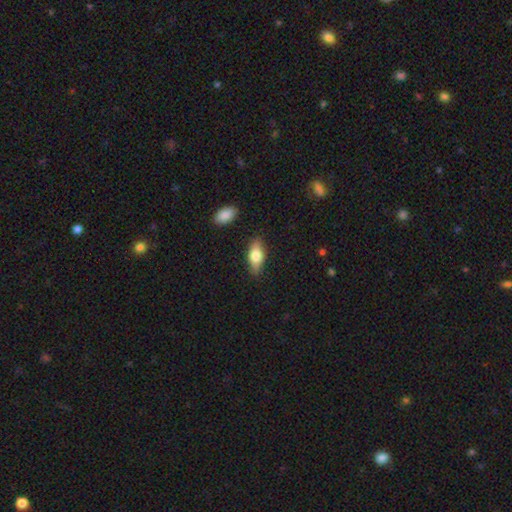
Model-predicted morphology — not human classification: The model was most divided on "smooth or featured": smooth: 71%, featured or disk: 23%, star or artifact: 6%. More confident: merging — none (83%); how rounded — in between (78%).